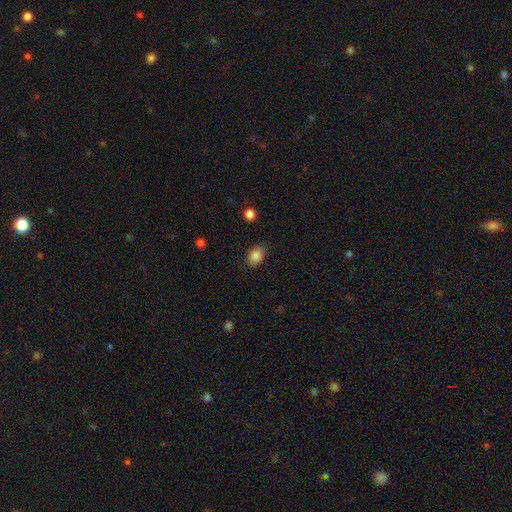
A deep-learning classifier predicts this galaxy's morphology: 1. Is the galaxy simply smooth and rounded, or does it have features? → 86% smooth, 9% star or artifact, 5% featured or disk.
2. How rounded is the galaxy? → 64% in between, 35% round, 1% cigar-shaped.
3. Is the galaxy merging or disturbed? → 81% none, 14% minor disturbance, 3% major disturbance, 1% merger.